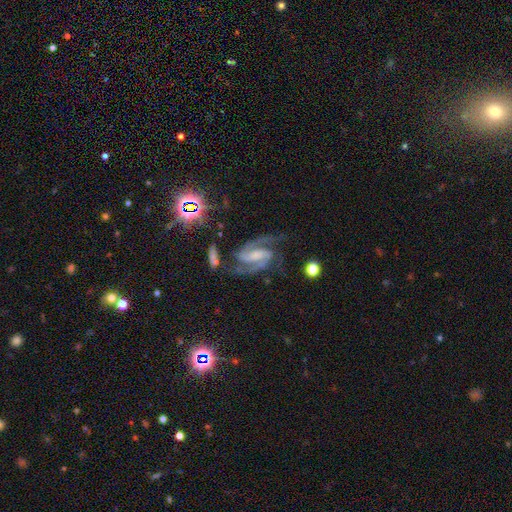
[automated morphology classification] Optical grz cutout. It shows a featured or disk galaxy (90%) with a weak bar (43%), 2 (90%) medium (61%) spiral arms (98%) and no central bulge (31%). Merging: none (68%).